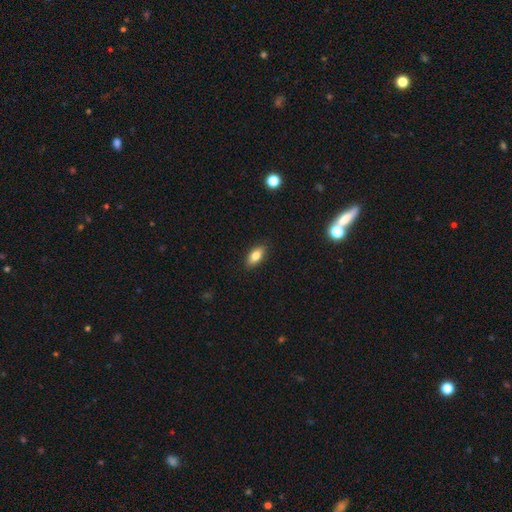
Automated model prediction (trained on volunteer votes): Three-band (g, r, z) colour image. It shows a smooth galaxy with no disk features (79%) that is in between round and cigar-shaped (85%). Merging: none (88%).